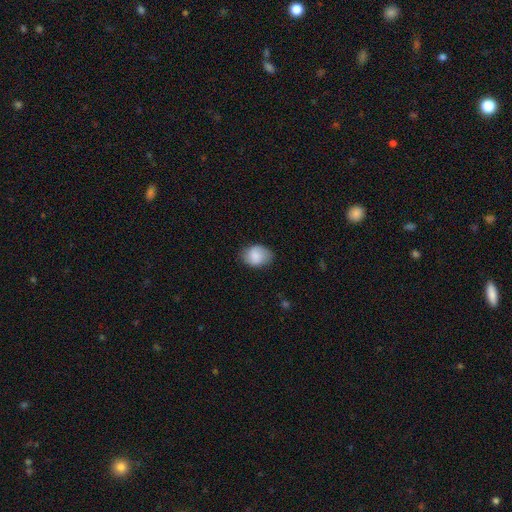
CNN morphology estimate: smooth 79%, featured or disk 14%, star or artifact 7%. Down the decision tree: how rounded — in between (65%); merging — none (75%).